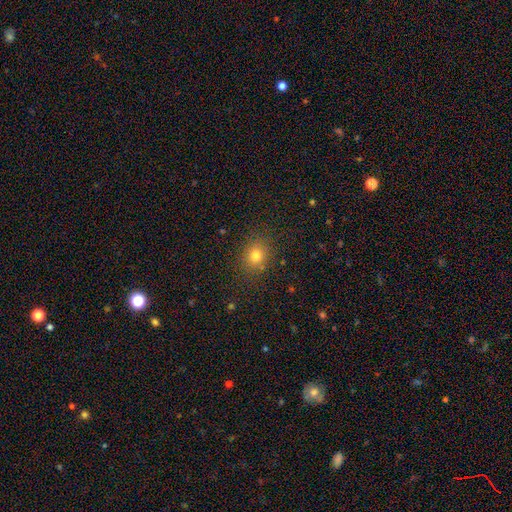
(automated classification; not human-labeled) Smooth or featured: smooth — 77% (star or artifact — 15%)
How rounded: round — 65% (in between — 34%)
Merging: none — 85% (minor disturbance — 10%)